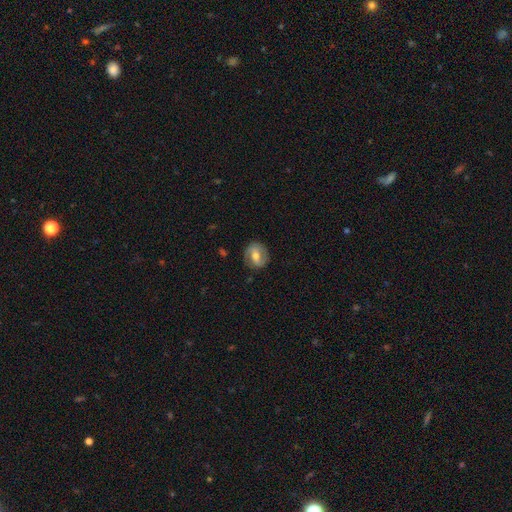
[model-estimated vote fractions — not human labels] Overall: featured or disk (58%; smooth 35%). Edge-on disk: no (95%). Bar: weak (39%; strong 38%). Spiral arms: yes (72%). Bulge size: moderate (68%). Merging: none (81%).